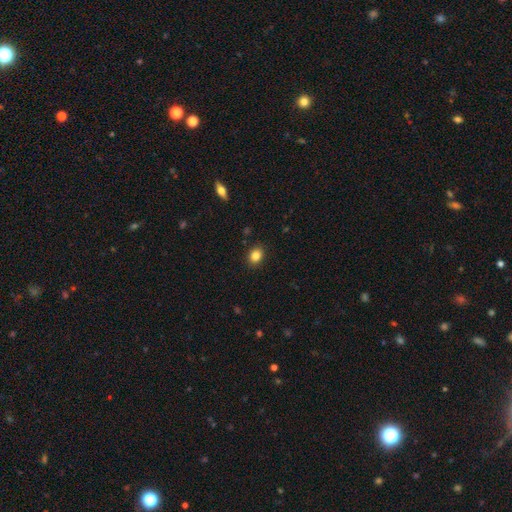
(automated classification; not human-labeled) A smooth galaxy with no disk features (85%) that is in between round and cigar-shaped (50%). Merging: none (89%).